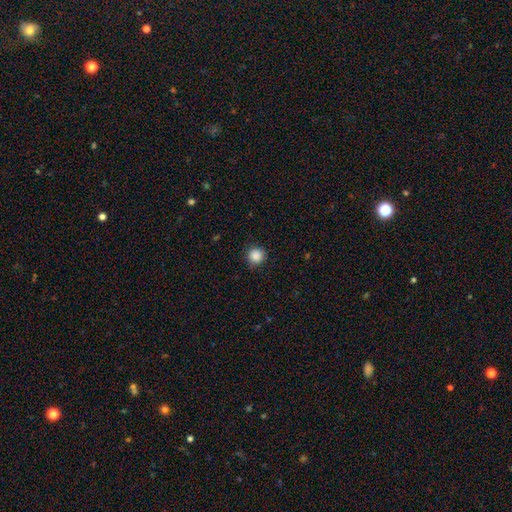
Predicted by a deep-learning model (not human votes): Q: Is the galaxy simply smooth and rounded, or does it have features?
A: smooth — 88%.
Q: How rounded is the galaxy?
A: round — 94%.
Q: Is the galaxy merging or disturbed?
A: none — 89%.